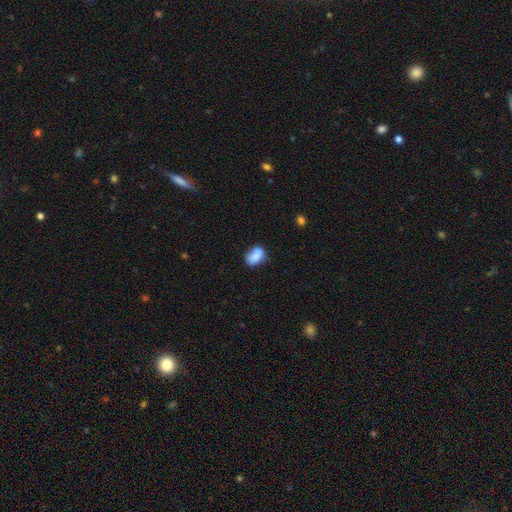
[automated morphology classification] A smooth galaxy with no disk features (82%) that is in between round and cigar-shaped (75%). Merging: none (57%).